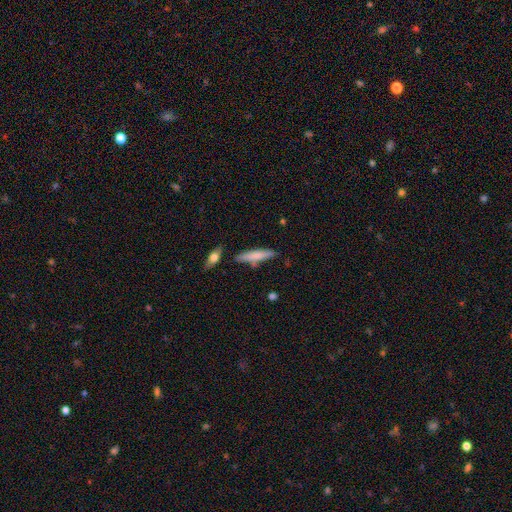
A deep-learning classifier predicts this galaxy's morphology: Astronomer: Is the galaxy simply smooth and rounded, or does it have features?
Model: smooth — 72%.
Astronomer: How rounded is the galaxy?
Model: cigar-shaped — 83%.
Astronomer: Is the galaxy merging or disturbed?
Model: none — 74%.